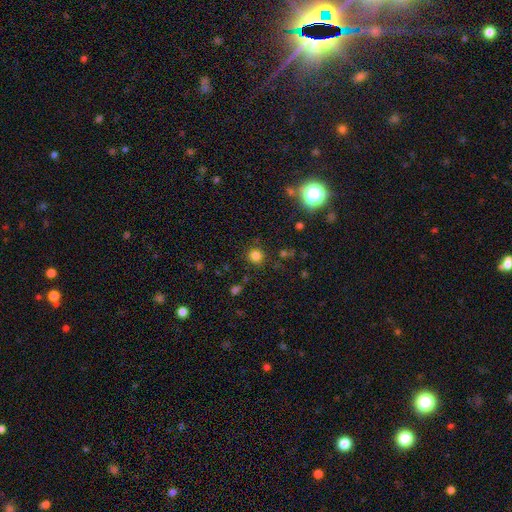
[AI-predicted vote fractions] This appears to be a smooth galaxy with no disk features (79%) that is round (92%). Merging: none (86%).